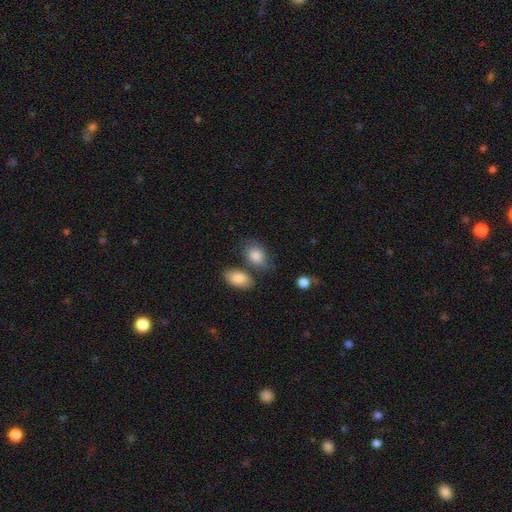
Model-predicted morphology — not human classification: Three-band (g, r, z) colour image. It shows a smooth galaxy with no disk features (84%) that is in between round and cigar-shaped (83%). Merging: none (58%).